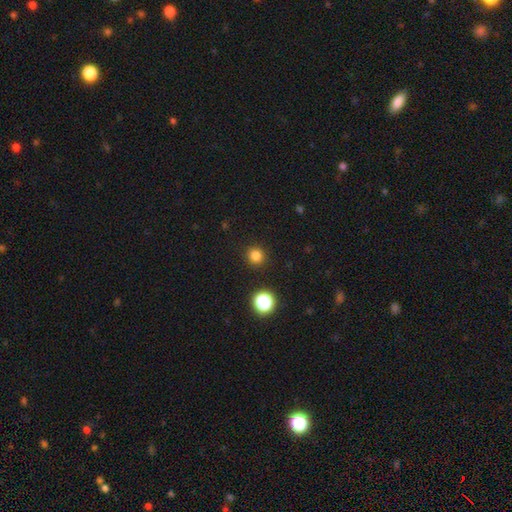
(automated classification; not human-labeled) Q: Smooth or featured?
A: smooth (81%); runner-up: star or artifact (15%)
Q: How rounded?
A: round (94%); runner-up: in between (5%)
Q: Merging?
A: none (92%); runner-up: minor disturbance (5%)